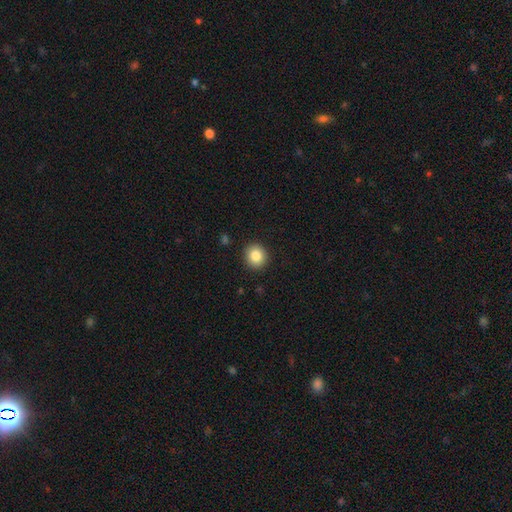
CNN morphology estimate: A smooth galaxy with no disk features (85%) that is round (85%). Merging: none (91%).